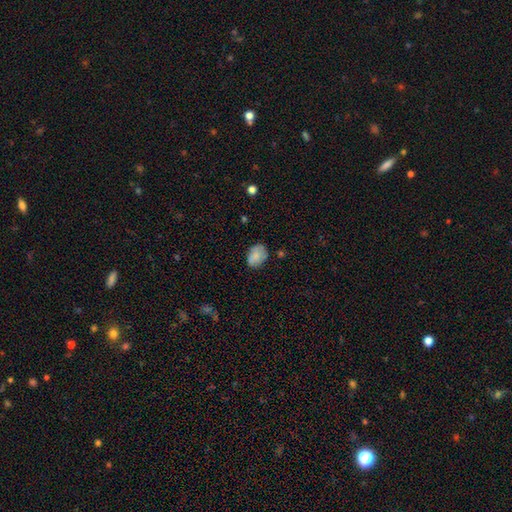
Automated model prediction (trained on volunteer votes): This appears to be a smooth galaxy with no disk features (74%) that is in between round and cigar-shaped (75%). Merging: none (68%).